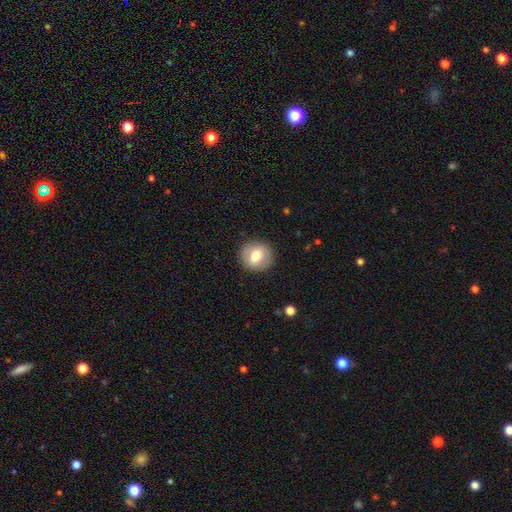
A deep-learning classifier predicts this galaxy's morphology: Smooth or featured?
  - smooth: 72% *
  - featured or disk: 19%
  - star or artifact: 8%
How rounded?
  - round: 88% *
  - in between: 11%
  - cigar-shaped: 1%
Merging?
  - none: 89% *
  - minor disturbance: 7%
  - major disturbance: 3%
  - merger: 1%